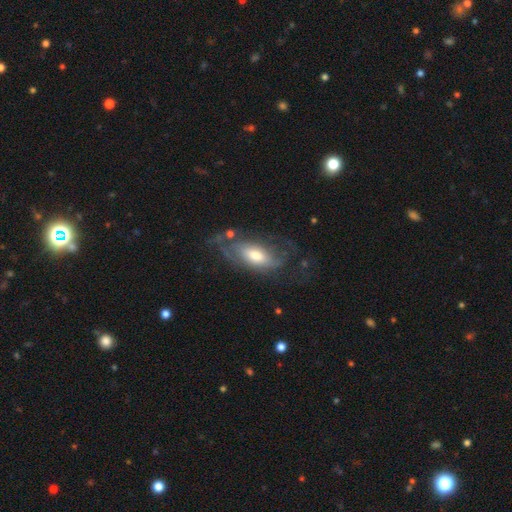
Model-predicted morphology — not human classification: type=featured or disk (61%); edge-on=no (86%); bar=no (58%); spiral arms=yes (77%); bulge=moderate (57%); merging=none (47%).